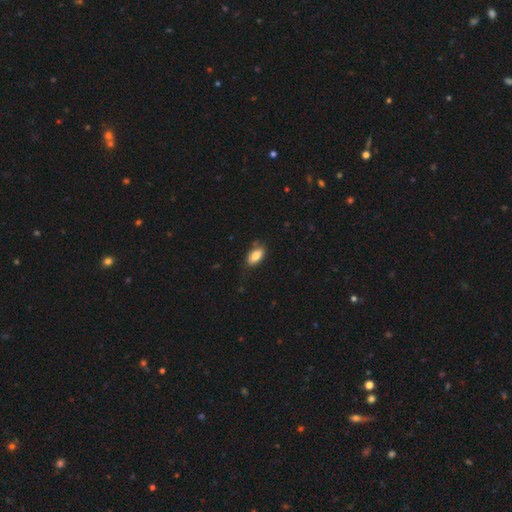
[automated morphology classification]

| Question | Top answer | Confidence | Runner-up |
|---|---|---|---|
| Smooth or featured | smooth | 83% | featured or disk (10%) |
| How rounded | in between | 90% | cigar-shaped (6%) |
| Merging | none | 74% | minor disturbance (20%) |